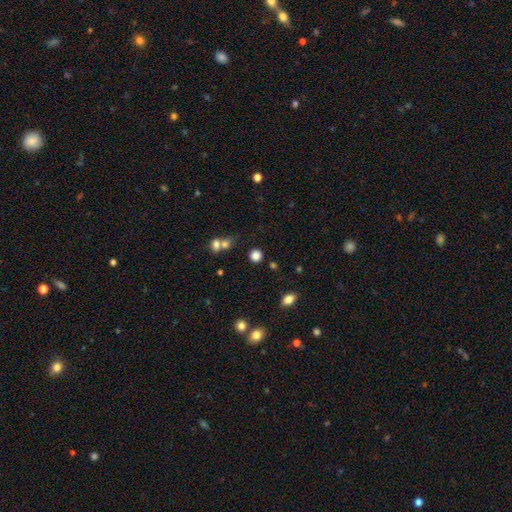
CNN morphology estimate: Smooth or featured?
  - smooth: 81% *
  - star or artifact: 14%
  - featured or disk: 5%
How rounded?
  - round: 88% *
  - in between: 11%
  - cigar-shaped: 1%
Merging?
  - none: 79% *
  - merger: 10%
  - minor disturbance: 8%
  - major disturbance: 3%